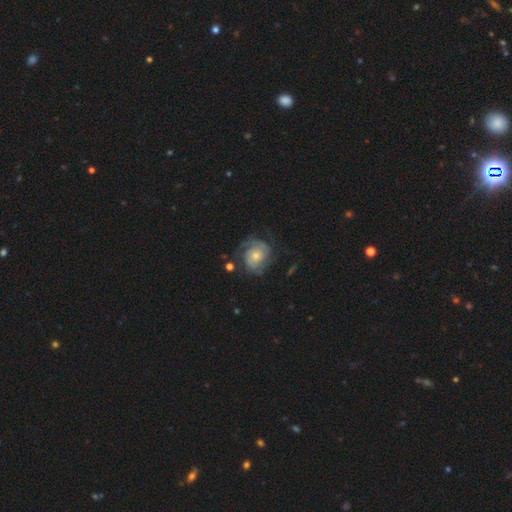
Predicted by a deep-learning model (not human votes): Smooth or featured? featured or disk (80%)
Edge-on disk? no (98%)
Bar? no (77%)
Spiral arms? yes (93%)
Spiral winding? tight (54%)
Spiral arm count? 2 (48%)
Bulge size? small (50%)
Merging? none (63%)